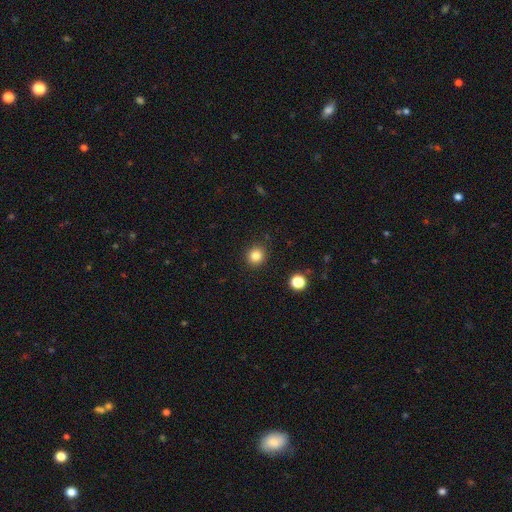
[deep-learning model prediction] smooth-or-featured: smooth: 83% | star or artifact: 12% | featured or disk: 5%
  how-rounded: round: 88% | in between: 11% | cigar-shaped: 1%
  merging: none: 90% | minor disturbance: 6% | major disturbance: 2% | merger: 1%